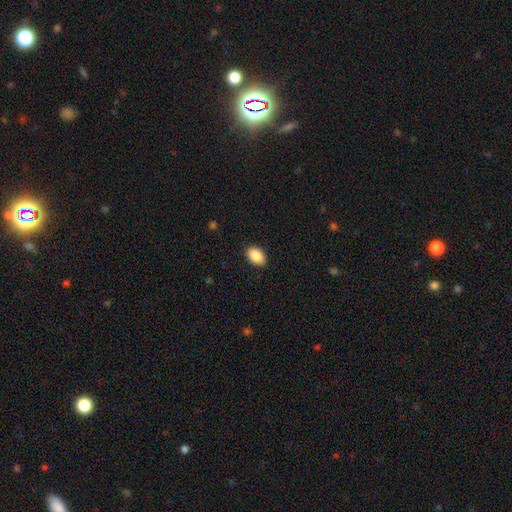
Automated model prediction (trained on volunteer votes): Overall: smooth (89%). How rounded: in between (87%). Merging: none (89%).